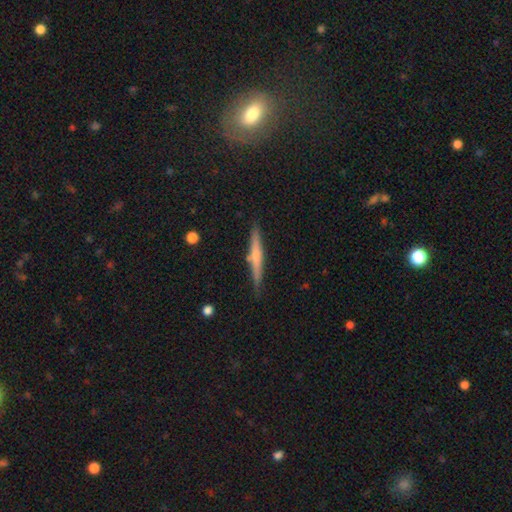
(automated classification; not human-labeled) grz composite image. It shows a featured or disk galaxy (51%) viewed edge-on (97%). Merging: none (85%).